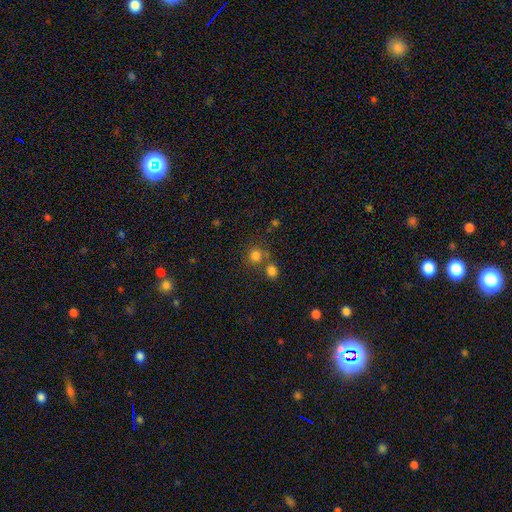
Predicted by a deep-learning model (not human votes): Smooth or featured: smooth — 77% (star or artifact — 16%)
How rounded: round — 89% (in between — 10%)
Merging: none — 61% (merger — 27%)